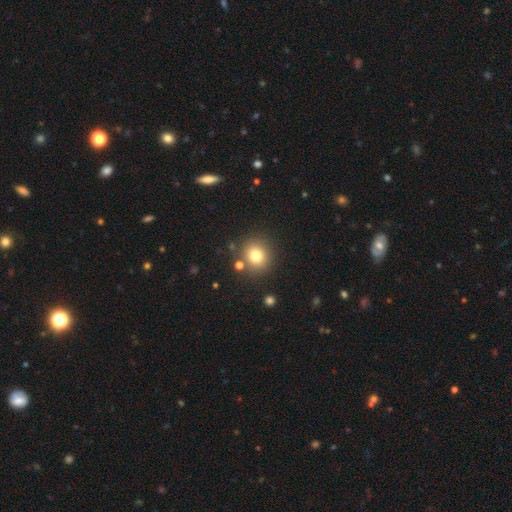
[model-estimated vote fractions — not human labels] A smooth galaxy with no disk features (77%) that is round (88%). Merging: none (82%).